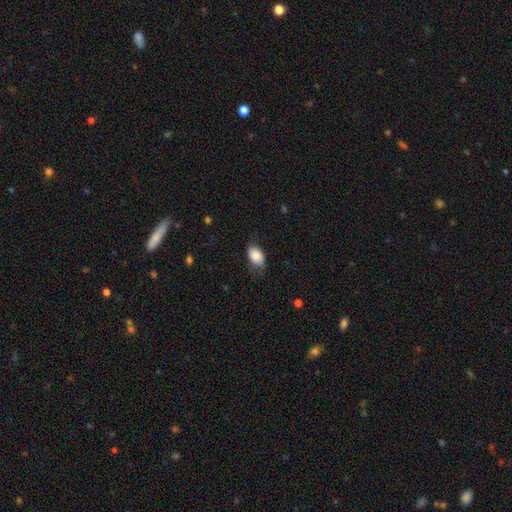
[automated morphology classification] Smooth or featured? smooth (81%)
How rounded? in between (87%)
Merging? none (66%)